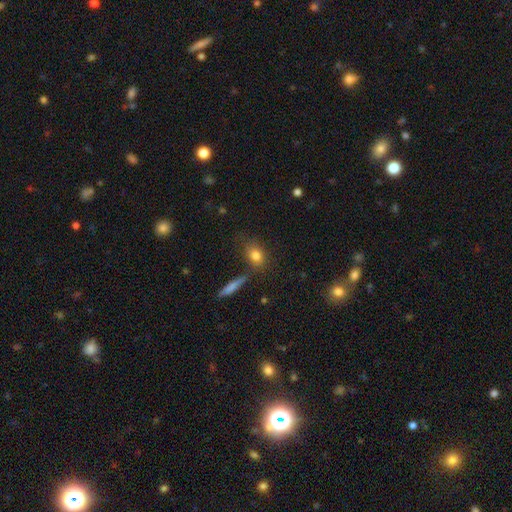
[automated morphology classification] Smooth or featured?
  - smooth: 80% *
  - featured or disk: 10%
  - star or artifact: 10%
How rounded?
  - in between: 53% *
  - round: 41%
  - cigar-shaped: 6%
Merging?
  - none: 71% *
  - minor disturbance: 15%
  - merger: 9%
  - major disturbance: 5%